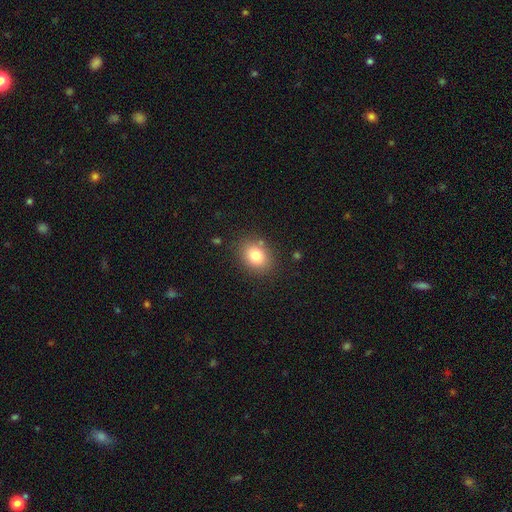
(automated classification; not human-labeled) Q: Smooth or featured?
A: smooth (80%); runner-up: star or artifact (11%)
Q: How rounded?
A: in between (52%); runner-up: round (47%)
Q: Merging?
A: none (84%); runner-up: minor disturbance (10%)